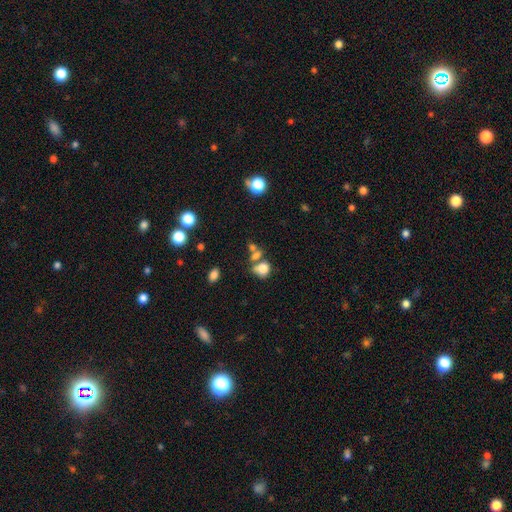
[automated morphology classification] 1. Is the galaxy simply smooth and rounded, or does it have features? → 63% smooth, 24% star or artifact, 13% featured or disk.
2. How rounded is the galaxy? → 69% round, 28% in between, 2% cigar-shaped.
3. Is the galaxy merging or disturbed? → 50% none, 35% merger, 10% minor disturbance, 6% major disturbance.